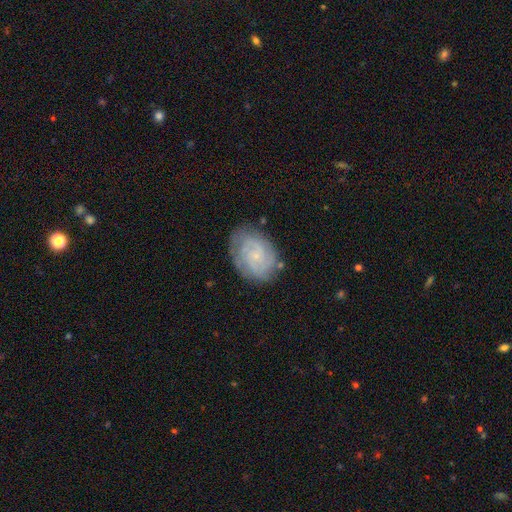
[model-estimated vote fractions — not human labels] Overall: featured or disk (74%). Edge-on disk: no (98%). Bar: no (71%). Spiral arms: yes (93%). Spiral arm count: can't tell (33%; 2 30%). Spiral winding: tight (62%; medium 30%). Bulge size: small (80%). Merging: none (76%).